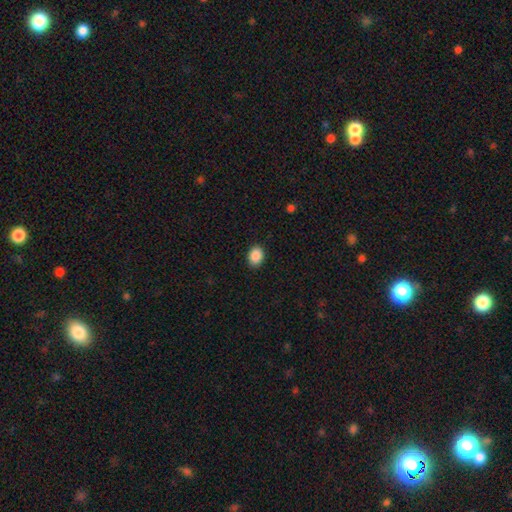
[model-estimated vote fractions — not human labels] A smooth galaxy with no disk features (89%) that is in between round and cigar-shaped (64%). Merging: none (90%).